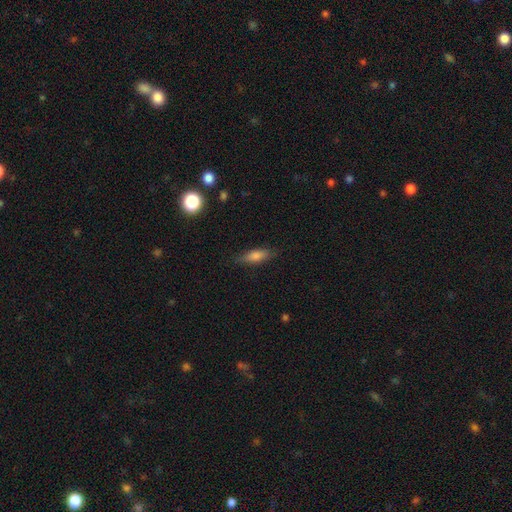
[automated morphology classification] Q: Smooth or featured?
A: smooth (69%); runner-up: featured or disk (22%)
Q: How rounded?
A: in between (50%); runner-up: cigar-shaped (47%)
Q: Merging?
A: none (83%); runner-up: minor disturbance (13%)